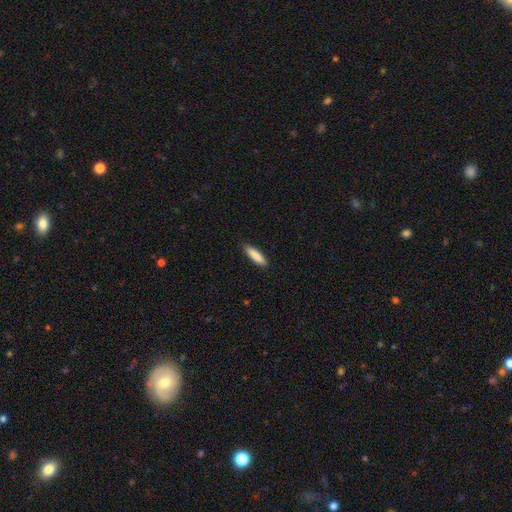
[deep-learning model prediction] Smooth or featured?
  - smooth: 87% *
  - featured or disk: 7%
  - star or artifact: 6%
How rounded?
  - cigar-shaped: 75% *
  - in between: 24%
  - round: 1%
Merging?
  - none: 89% *
  - minor disturbance: 8%
  - major disturbance: 2%
  - merger: 1%